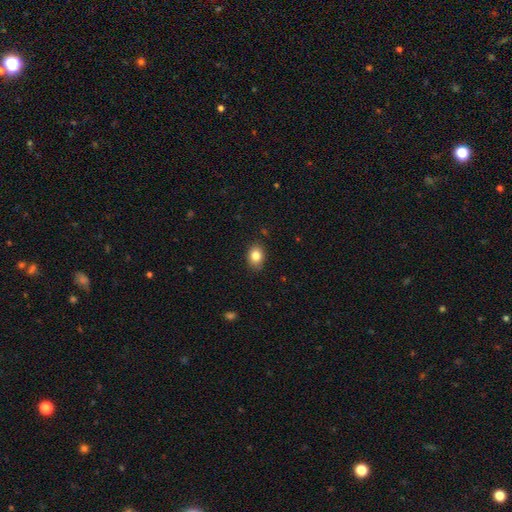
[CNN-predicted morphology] This is clearly a smooth galaxy (83%). How rounded: likely in between (68%). Merging: clearly none (86%).